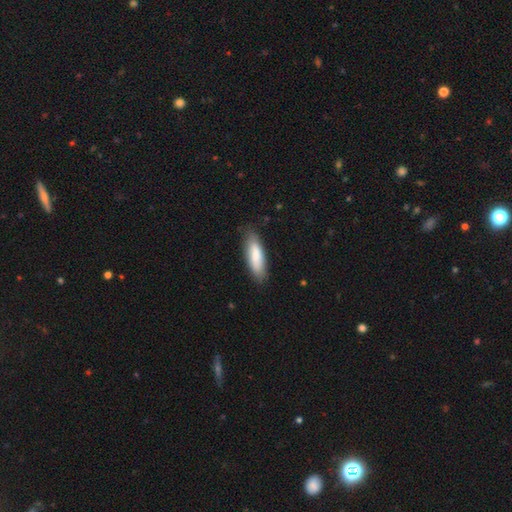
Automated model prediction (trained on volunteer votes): A smooth galaxy with no disk features (80%) that is in between round and cigar-shaped (51%). Merging: none (82%).